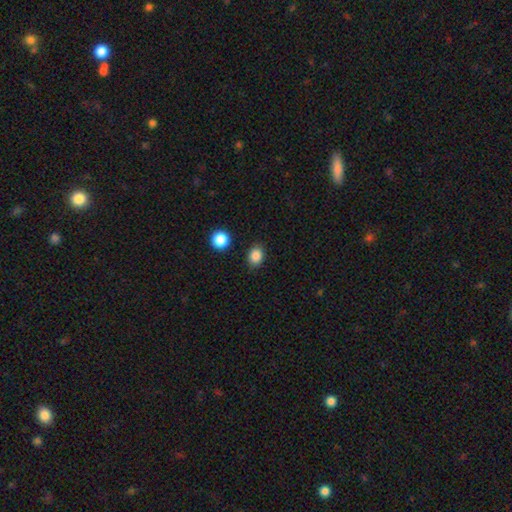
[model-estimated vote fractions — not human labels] A smooth galaxy with no disk features (85%) that is in between round and cigar-shaped (51%).

Vote fractions:
- Smooth or featured? smooth: 85% / star or artifact: 11% / featured or disk: 4%
- How rounded? in between: 51% / round: 48% / cigar-shaped: 1%
- Merging? none: 86% / minor disturbance: 9% / major disturbance: 3% / merger: 2%